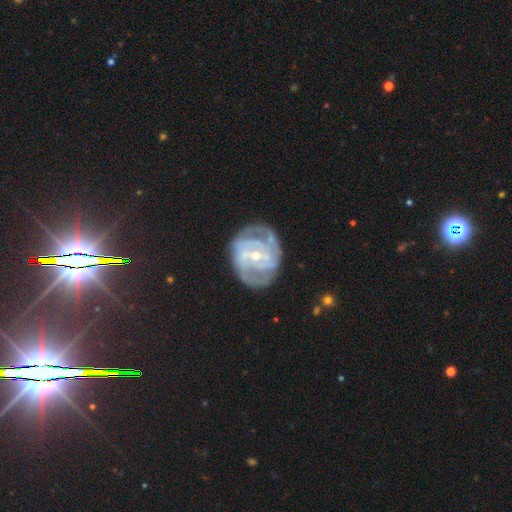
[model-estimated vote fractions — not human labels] smooth-or-featured: featured or disk: 84% | smooth: 10% | star or artifact: 6%
  disk-edge-on: no: 97% | yes: 3%
    bar: weak: 45% | no: 31% | strong: 24%
    has-spiral-arms: yes: 90% | no: 10%
      spiral-winding: tight: 54% | medium: 35% | loose: 10%
      spiral-arm-count: 2: 40% | can't tell: 28% | 3: 17% | 4: 7% | 1: 4% | more than 4: 4%
    bulge-size: small: 62% | moderate: 34% | large: 1% | none: 1% | dominant: 1%
  merging: none: 68% | minor disturbance: 19% | major disturbance: 10% | merger: 2%